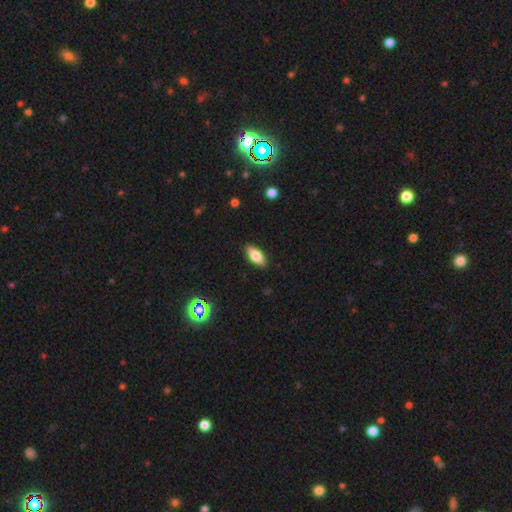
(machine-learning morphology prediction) The model was most divided on "smooth or featured": smooth: 68%, featured or disk: 24%, star or artifact: 8%. More confident: merging — none (88%); how rounded — in between (80%).